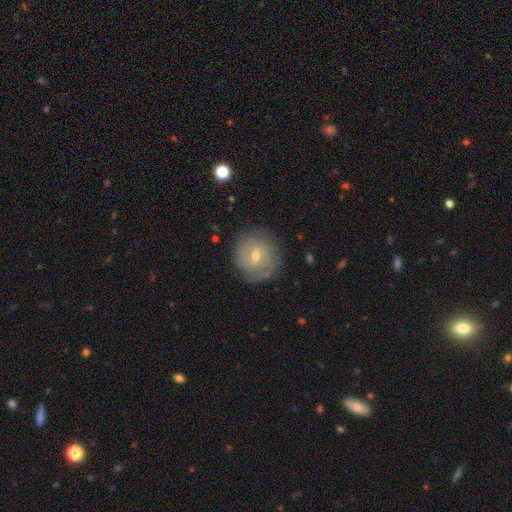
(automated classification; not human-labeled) A featured or disk galaxy (70%) with a weak bar (54%), 2 (43%) tight (61%) spiral arms (85%) and a small central bulge (50%). Merging: none (80%).